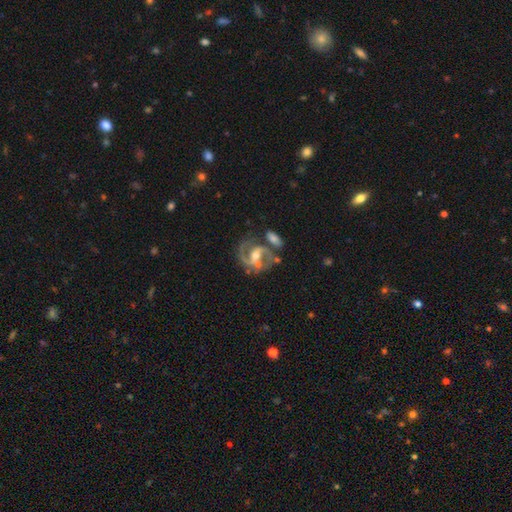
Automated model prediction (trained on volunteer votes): Smooth or featured? featured or disk (88%)
Edge-on disk? no (97%)
Bar? weak (40%)
Spiral arms? yes (95%)
Spiral winding? medium (57%)
Spiral arm count? 2 (85%)
Bulge size? moderate (59%)
Merging? none (58%)